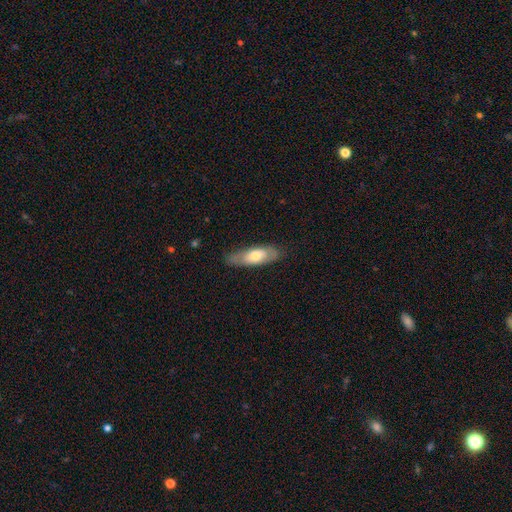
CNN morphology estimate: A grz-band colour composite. It shows a smooth galaxy with no disk features (59%) that is in between round and cigar-shaped (62%). Merging: none (76%).